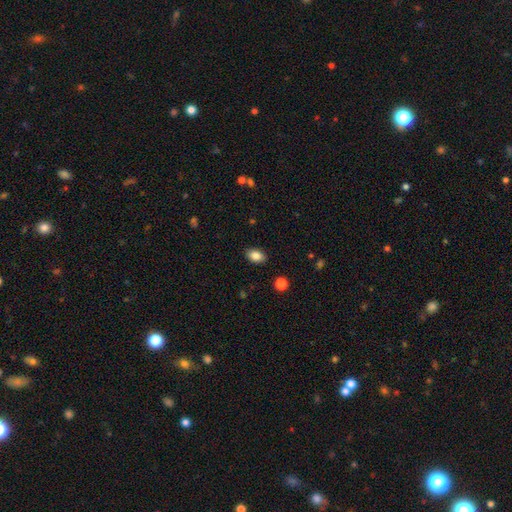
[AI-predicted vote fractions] The model was most divided on "how rounded": in between: 86%, round: 13%, cigar-shaped: 1%. More confident: merging — none (88%); smooth or featured — smooth (86%).